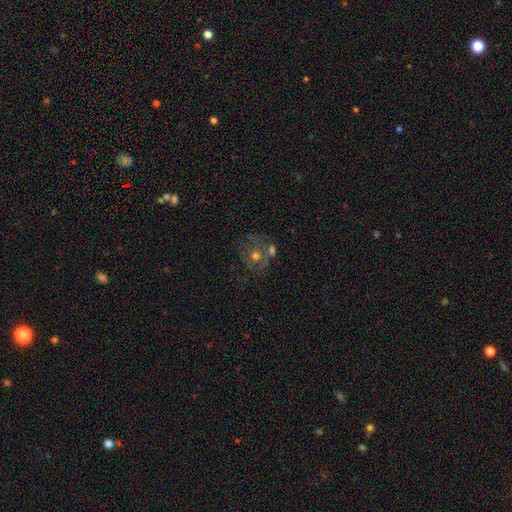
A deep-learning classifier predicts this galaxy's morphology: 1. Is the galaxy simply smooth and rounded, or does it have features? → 46% featured or disk, 35% smooth, 19% star or artifact.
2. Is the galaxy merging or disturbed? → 50% none, 24% merger, 15% minor disturbance, 11% major disturbance.